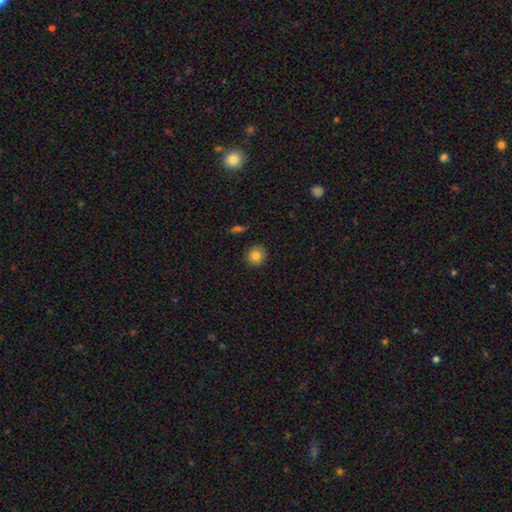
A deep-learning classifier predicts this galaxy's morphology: type=smooth (82%); roundness=round (90%); merging=none (90%).